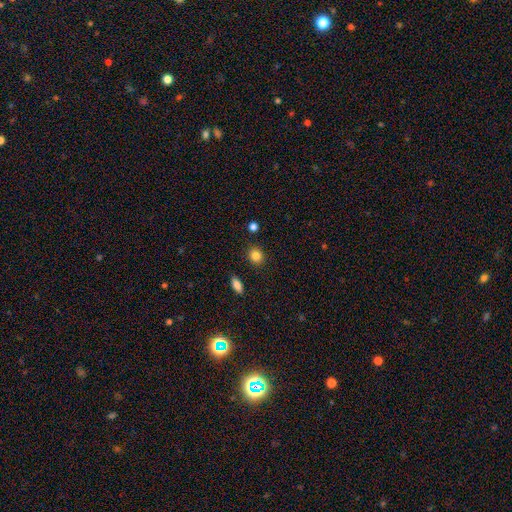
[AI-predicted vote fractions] This is clearly a smooth galaxy (85%). How rounded: likely round (76%). Merging: clearly none (89%).